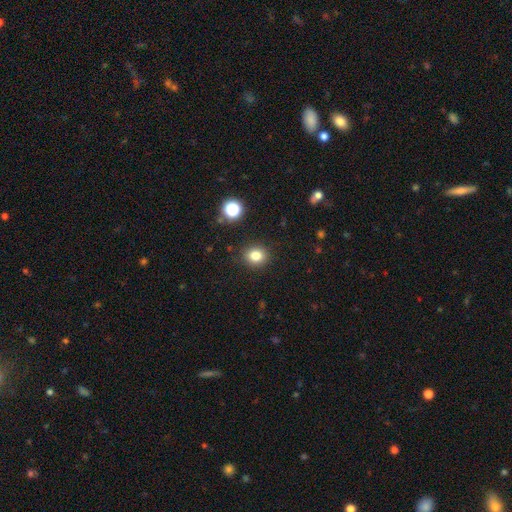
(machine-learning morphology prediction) Smooth or featured? smooth (81%)
How rounded? round (72%)
Merging? none (89%)